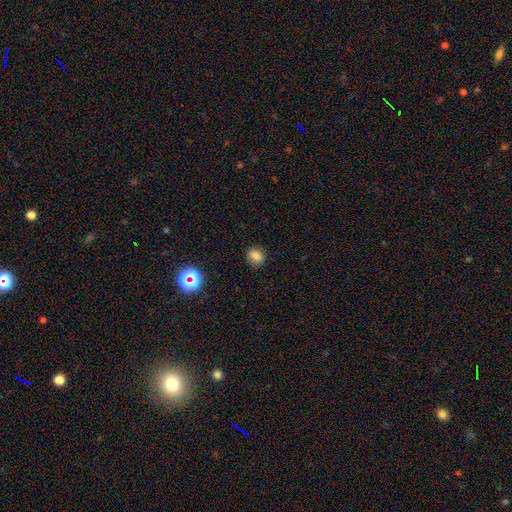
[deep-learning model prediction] This is likely a smooth galaxy (79%). How rounded: possibly round (54%). Merging: clearly none (85%).